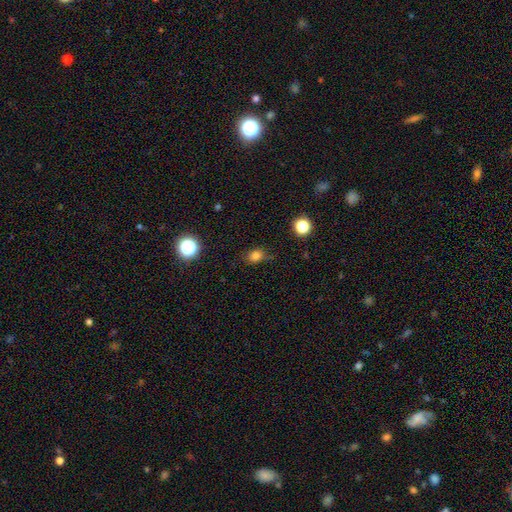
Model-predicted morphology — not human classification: Smooth or featured? smooth (79%)
How rounded? in between (54%)
Merging? none (72%)